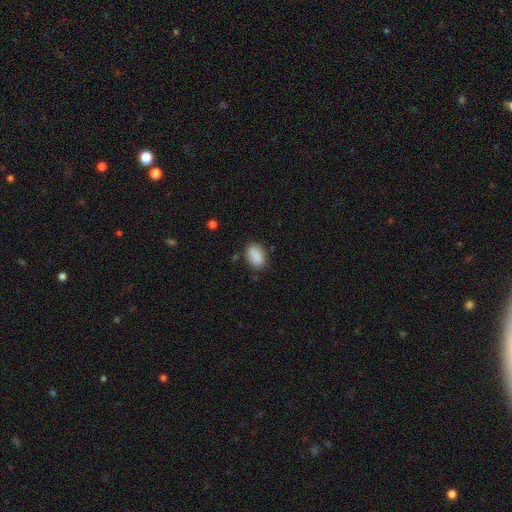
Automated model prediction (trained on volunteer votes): Smooth or featured? Predicted: smooth (p=0.87). How rounded? Predicted: in between (p=0.88). Merging? Predicted: none (p=0.77).